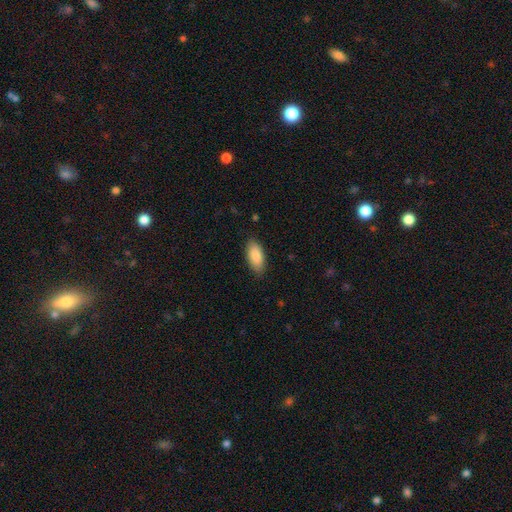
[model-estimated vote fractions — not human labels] Q: Smooth or featured?
A: smooth (87%); runner-up: featured or disk (7%)
Q: How rounded?
A: in between (89%); runner-up: cigar-shaped (9%)
Q: Merging?
A: none (85%); runner-up: minor disturbance (12%)